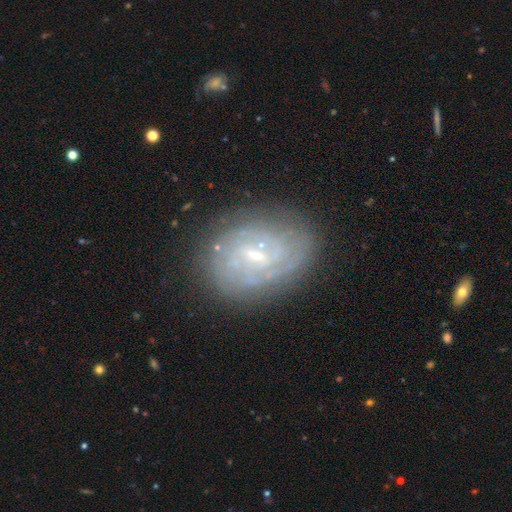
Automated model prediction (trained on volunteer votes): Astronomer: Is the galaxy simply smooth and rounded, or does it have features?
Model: featured or disk — 78%.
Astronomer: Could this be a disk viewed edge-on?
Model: no — 97%.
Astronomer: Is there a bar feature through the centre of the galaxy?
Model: weak — 57%.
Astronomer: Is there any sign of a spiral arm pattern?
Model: yes — 88%.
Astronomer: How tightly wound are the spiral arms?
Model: tight — 66%.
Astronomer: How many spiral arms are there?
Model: can't tell — 43% (runner-up: 2, 28%).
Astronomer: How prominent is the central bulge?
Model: small — 62%.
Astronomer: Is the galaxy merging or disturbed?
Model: none — 76%.